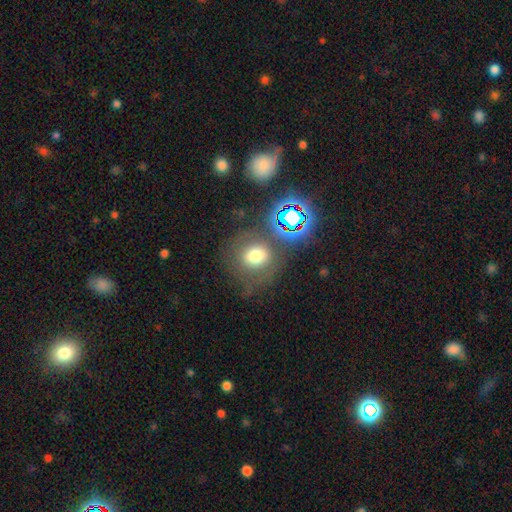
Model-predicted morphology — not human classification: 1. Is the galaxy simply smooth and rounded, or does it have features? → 63% smooth, 21% star or artifact, 16% featured or disk.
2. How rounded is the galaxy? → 78% round, 21% in between, 1% cigar-shaped.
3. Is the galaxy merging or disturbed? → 67% none, 15% minor disturbance, 10% major disturbance, 8% merger.